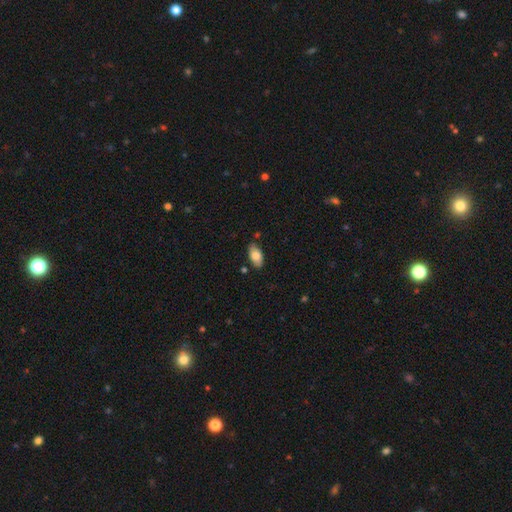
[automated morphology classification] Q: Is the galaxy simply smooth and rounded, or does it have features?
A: smooth — 77%.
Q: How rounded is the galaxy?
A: in between — 93%.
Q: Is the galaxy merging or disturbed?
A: none — 83%.